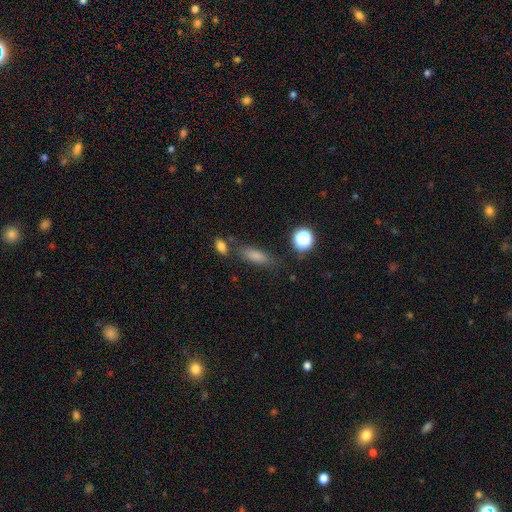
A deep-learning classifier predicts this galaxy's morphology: A smooth galaxy with no disk features (78%) that is in between round and cigar-shaped (57%).

Vote fractions:
- Smooth or featured? smooth: 78% / star or artifact: 12% / featured or disk: 10%
- How rounded? in between: 57% / cigar-shaped: 37% / round: 6%
- Merging? none: 69% / minor disturbance: 16% / merger: 9% / major disturbance: 6%